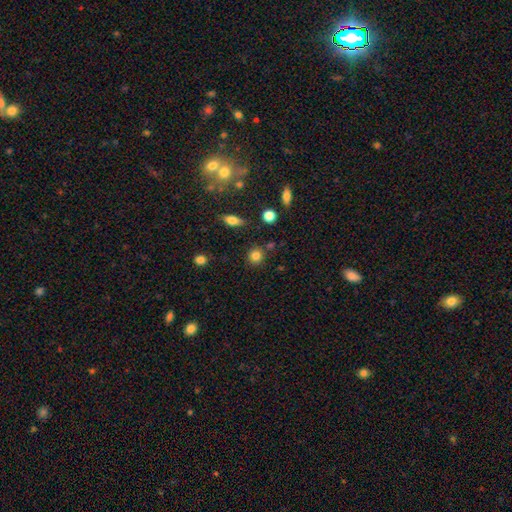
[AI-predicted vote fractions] This is clearly a smooth galaxy (82%). How rounded: clearly round (87%). Merging: clearly none (82%).